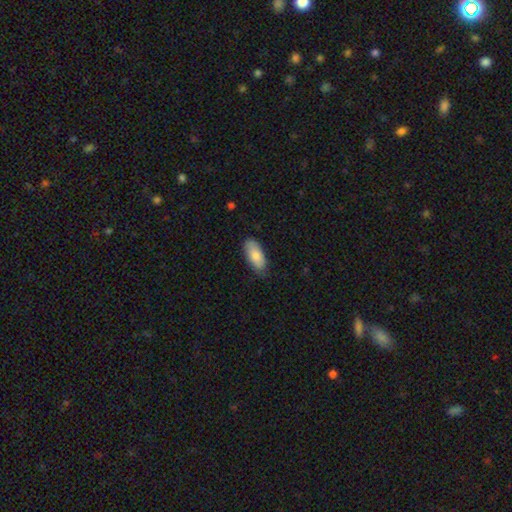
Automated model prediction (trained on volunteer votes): This appears to be a smooth galaxy with no disk features (82%) that is in between round and cigar-shaped (90%). Merging: none (74%).